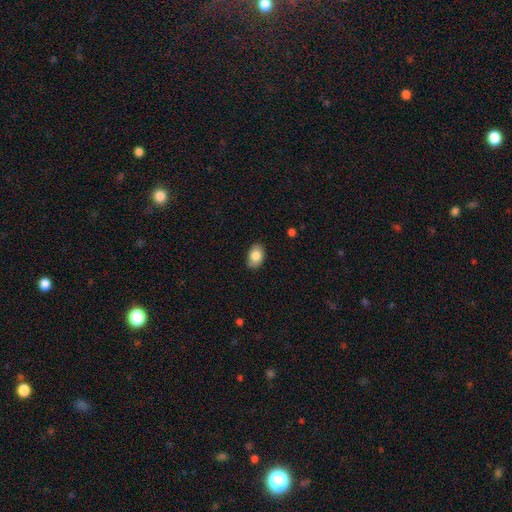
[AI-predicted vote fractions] Overall: smooth (84%). How rounded: in between (86%). Merging: none (85%).